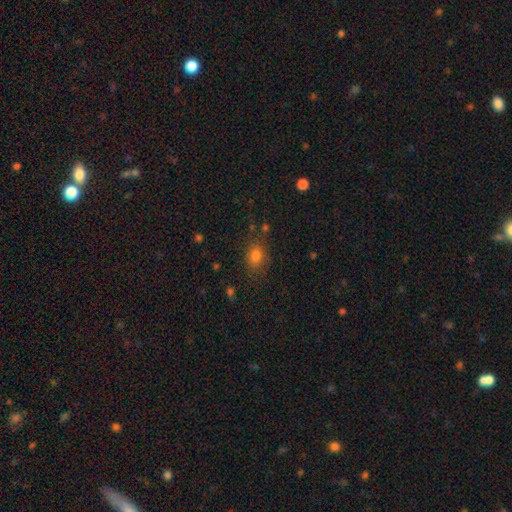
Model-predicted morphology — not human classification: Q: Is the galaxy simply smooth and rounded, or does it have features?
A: smooth — 77%.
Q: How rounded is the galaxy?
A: in between — 55%.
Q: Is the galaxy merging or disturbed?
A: none — 78%.